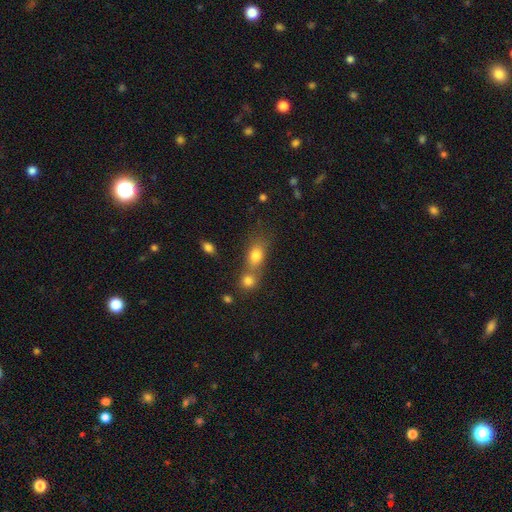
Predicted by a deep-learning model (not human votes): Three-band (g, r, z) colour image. It shows a smooth galaxy with no disk features (77%) that is in between round and cigar-shaped (65%). Merging: merger (51%).